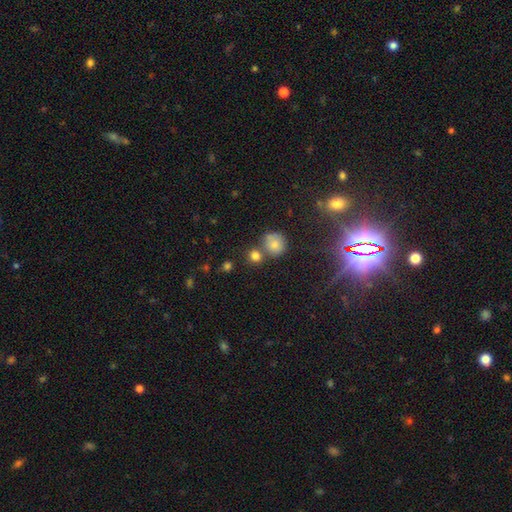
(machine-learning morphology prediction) smooth-or-featured: smooth: 75% | star or artifact: 16% | featured or disk: 9%
  how-rounded: round: 87% | in between: 11% | cigar-shaped: 1%
  merging: none: 66% | merger: 22% | minor disturbance: 9% | major disturbance: 3%